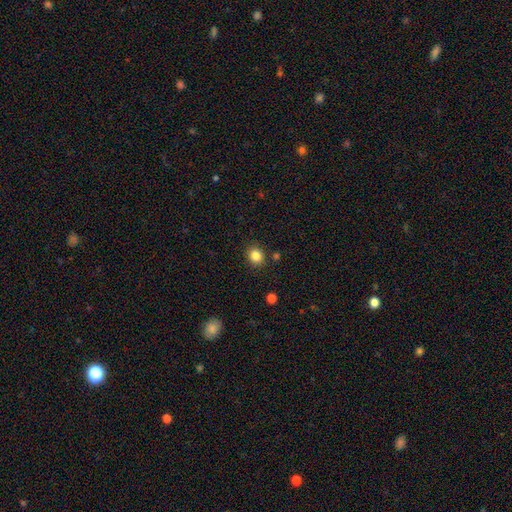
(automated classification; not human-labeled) smooth 84%, star or artifact 11%, featured or disk 5%. Down the decision tree: how rounded — round (75%); merging — none (87%).